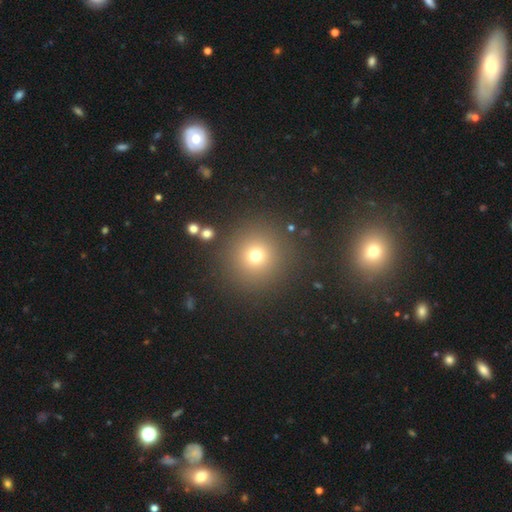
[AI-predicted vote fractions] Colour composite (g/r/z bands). It shows a smooth galaxy with no disk features (72%) that is round (95%). Merging: none (87%).